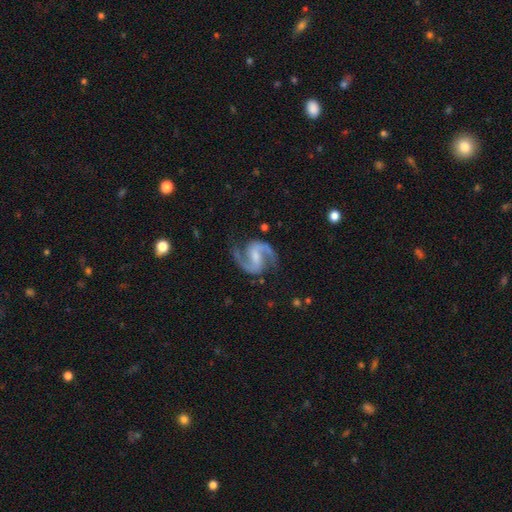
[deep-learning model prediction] Smooth or featured: featured or disk — 93% (star or artifact — 4%)
Edge-on disk: no — 98% (yes — 2%)
Bar: weak — 49% (strong — 29%)
Spiral arms: yes — 98% (no — 2%)
Spiral winding: medium — 66% (loose — 20%)
Spiral arm count: 2 — 95% (can't tell — 1%)
Bulge size: moderate — 34% (small — 33%)
Merging: none — 81% (minor disturbance — 12%)